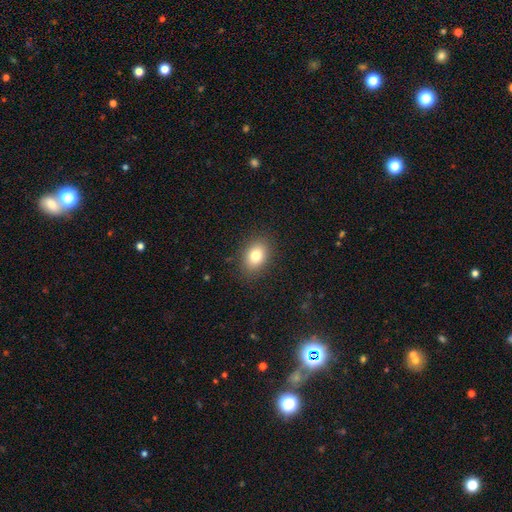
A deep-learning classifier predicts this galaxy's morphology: The model was most divided on "how rounded": in between: 73%, round: 26%, cigar-shaped: 1%. More confident: merging — none (87%); smooth or featured — smooth (80%).